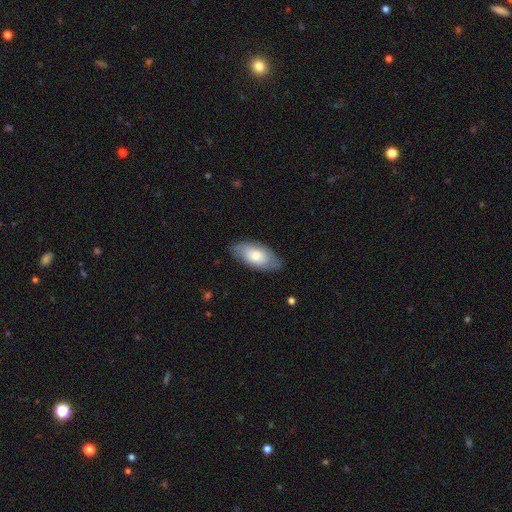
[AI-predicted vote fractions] This appears to be a smooth galaxy with no disk features (67%) that is in between round and cigar-shaped (91%). Merging: none (80%).